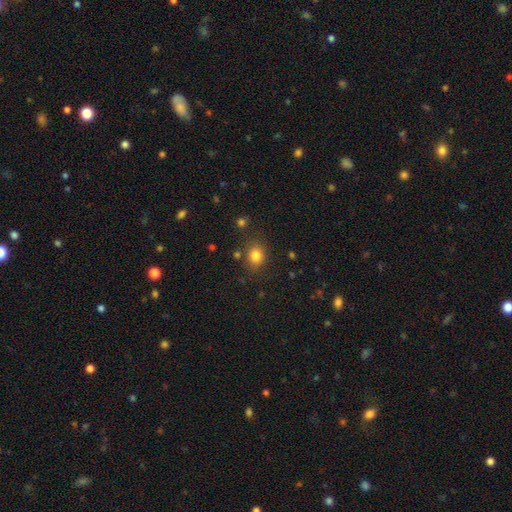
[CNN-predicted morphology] This is clearly a smooth galaxy (82%). How rounded: likely round (61%). Merging: clearly none (81%).